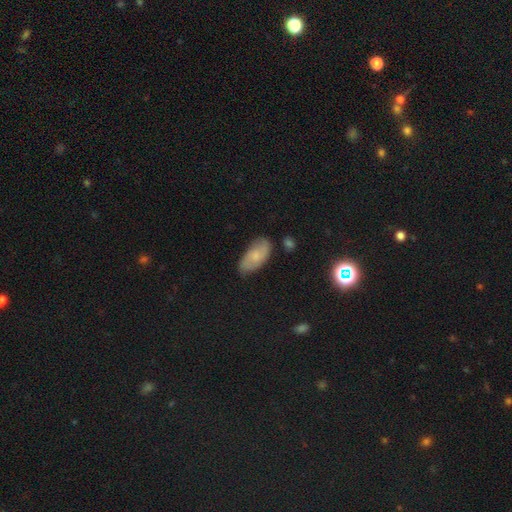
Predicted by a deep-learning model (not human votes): Smooth or featured: smooth — 52% (featured or disk — 39%)
How rounded: in between — 91% (cigar-shaped — 6%)
Merging: none — 73% (minor disturbance — 21%)